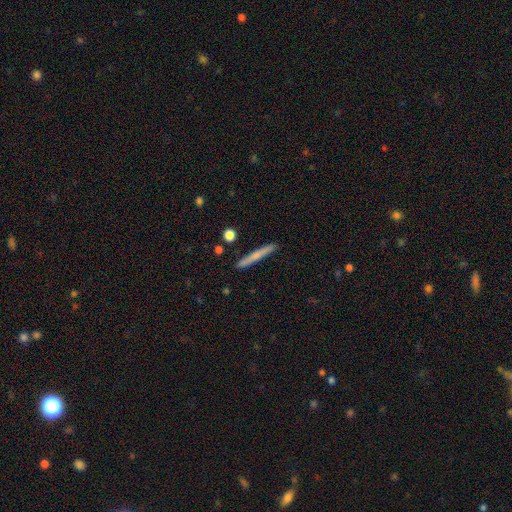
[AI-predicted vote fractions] Smooth or featured? smooth (59%)
How rounded? cigar-shaped (96%)
Merging? none (90%)